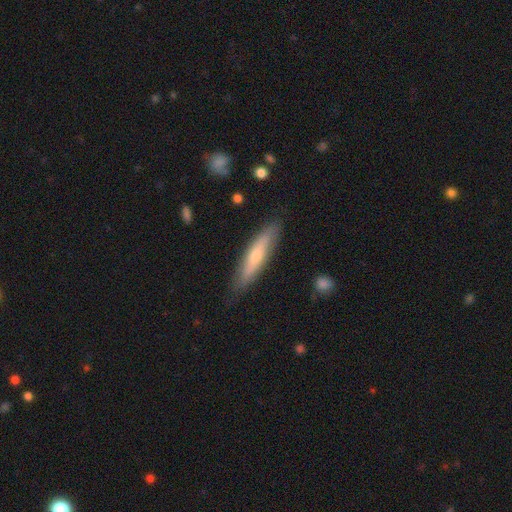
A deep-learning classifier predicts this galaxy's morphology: smooth 56%, featured or disk 38%, star or artifact 6%. Down the decision tree: how rounded — cigar-shaped (85%); merging — none (84%).